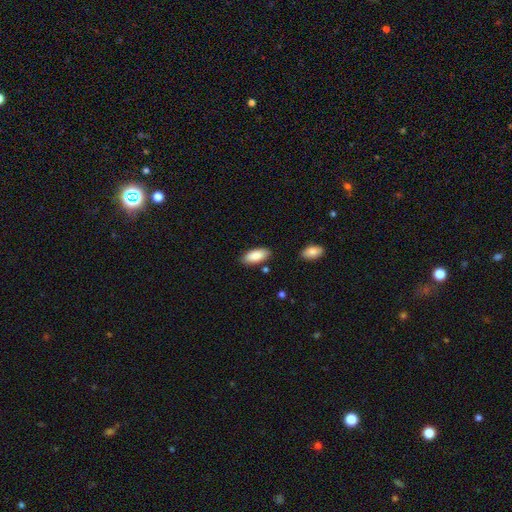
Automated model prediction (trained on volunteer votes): This is clearly a smooth galaxy (89%). How rounded: clearly in between (88%). Merging: clearly none (83%).